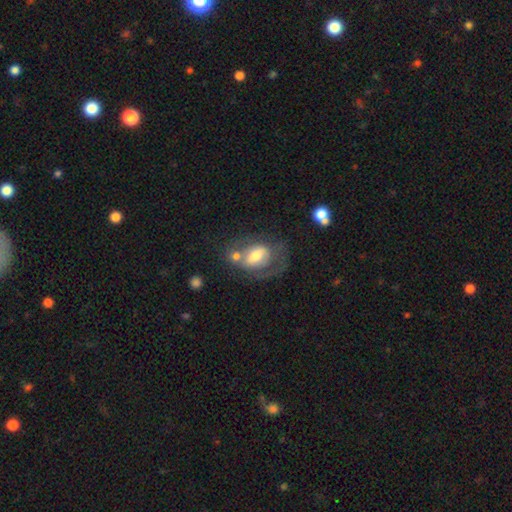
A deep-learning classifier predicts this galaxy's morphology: The model was most divided on "smooth or featured": featured or disk: 50%, smooth: 42%, star or artifact: 8%. Remaining: merging — none (33%).